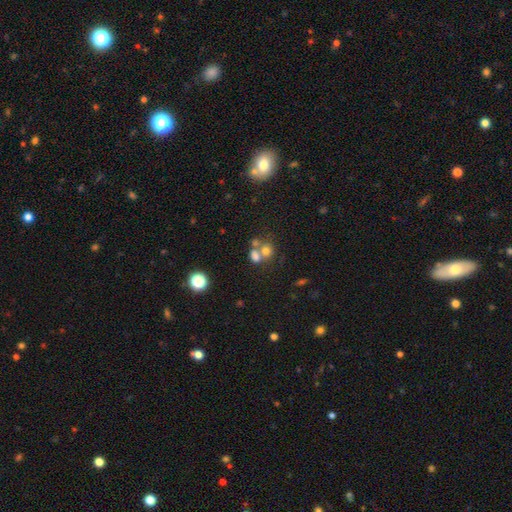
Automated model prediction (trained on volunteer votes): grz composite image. It shows a smooth galaxy with no disk features (67%) that is round (59%). Merging: merger (51%).